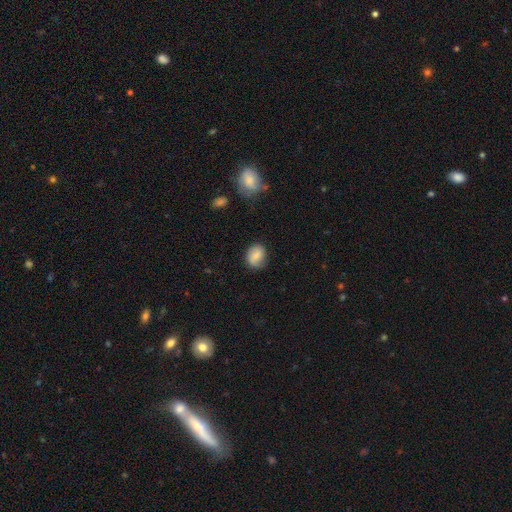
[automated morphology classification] smooth 75%, featured or disk 17%, star or artifact 8%. Down the decision tree: how rounded — round (51%); merging — none (74%).